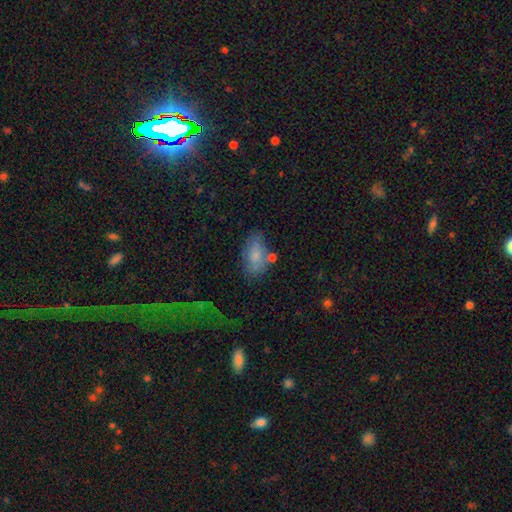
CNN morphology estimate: Smooth or featured: smooth — 75% (featured or disk — 17%)
How rounded: in between — 91% (round — 5%)
Merging: none — 62% (minor disturbance — 21%)